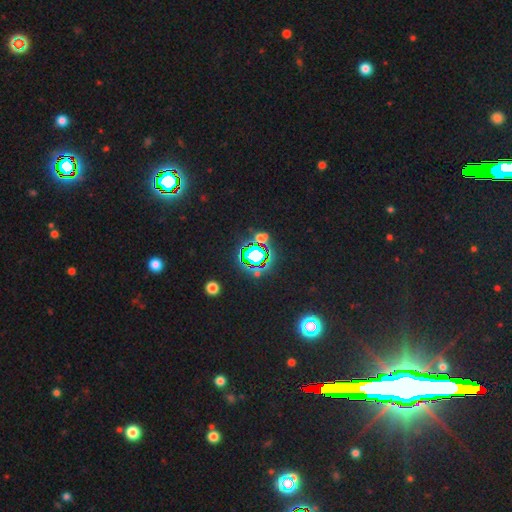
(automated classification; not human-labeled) Overall: star or artifact (71%).